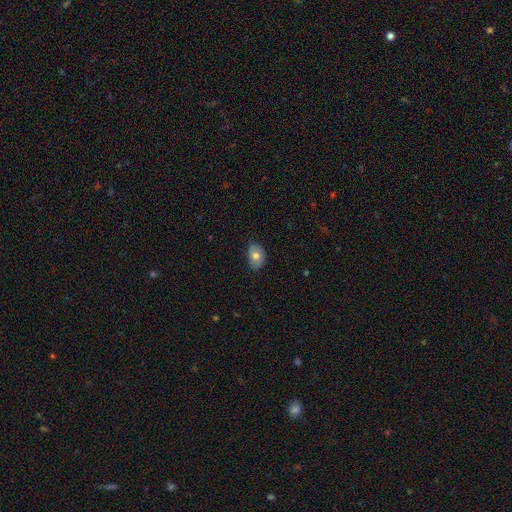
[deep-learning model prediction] Smooth or featured?
  - smooth: 74% *
  - featured or disk: 18%
  - star or artifact: 8%
How rounded?
  - in between: 81% *
  - round: 18%
  - cigar-shaped: 1%
Merging?
  - none: 77% *
  - minor disturbance: 19%
  - major disturbance: 3%
  - merger: 1%